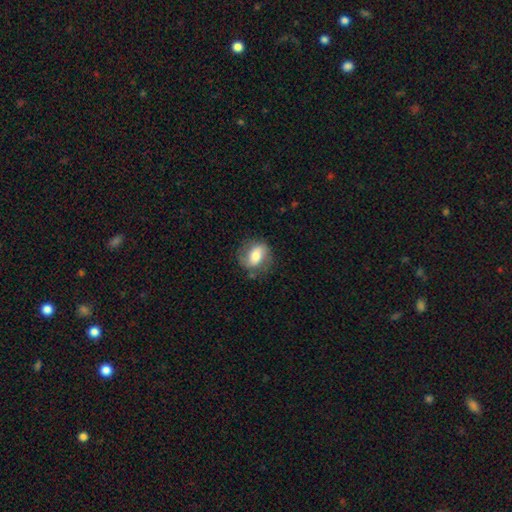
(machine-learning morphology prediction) A smooth galaxy with no disk features (52%) that is in between round and cigar-shaped (60%). Merging: none (71%).